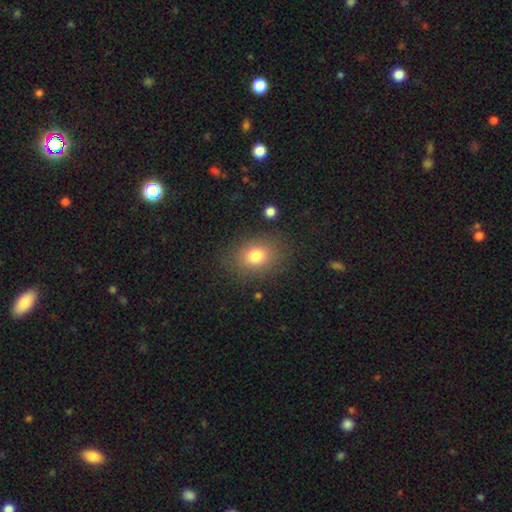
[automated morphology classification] Q: Smooth or featured?
A: smooth (79%); runner-up: star or artifact (12%)
Q: How rounded?
A: in between (57%); runner-up: round (42%)
Q: Merging?
A: none (83%); runner-up: minor disturbance (10%)